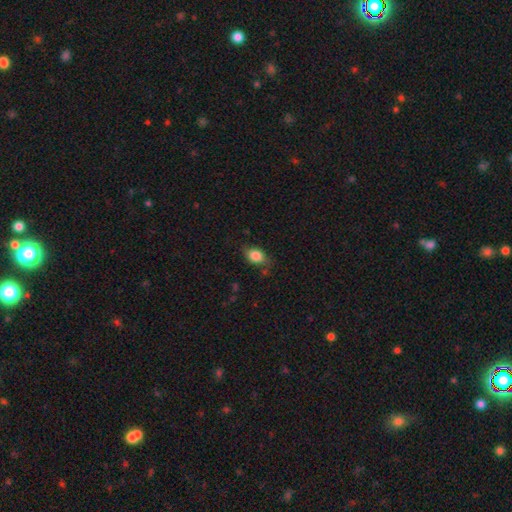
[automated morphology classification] Smooth or featured?
  - smooth: 82% *
  - featured or disk: 10%
  - star or artifact: 8%
How rounded?
  - in between: 73% *
  - round: 24%
  - cigar-shaped: 2%
Merging?
  - none: 68% *
  - minor disturbance: 24%
  - major disturbance: 6%
  - merger: 2%